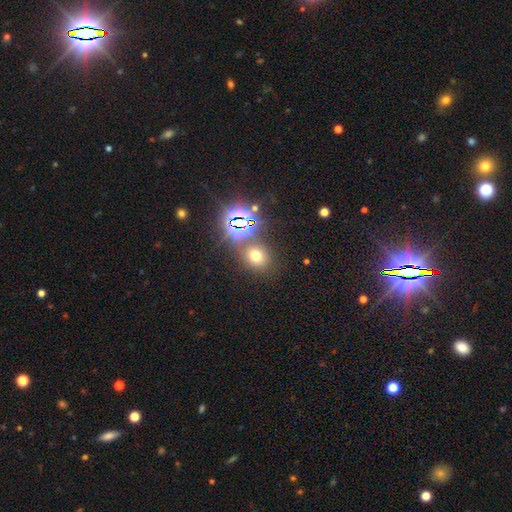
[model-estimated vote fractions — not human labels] This appears to be a smooth galaxy with no disk features (58%) that is round (69%). Merging: none (74%).